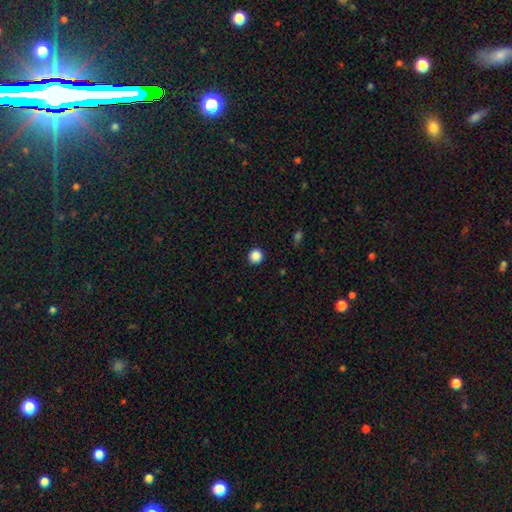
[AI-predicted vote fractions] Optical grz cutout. It shows a smooth galaxy with no disk features (88%) that is round (95%). Merging: none (92%).